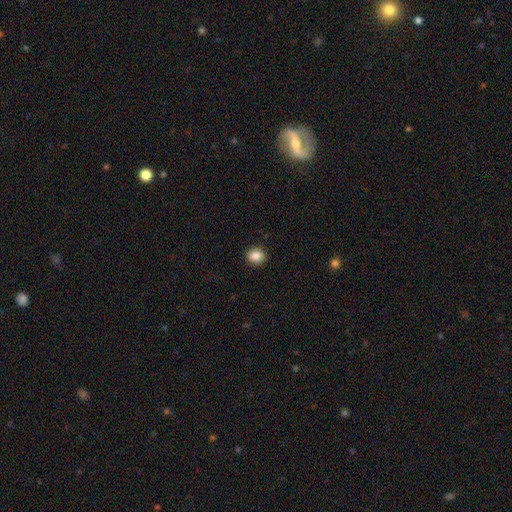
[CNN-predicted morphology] smooth-or-featured: smooth: 86% | star or artifact: 9% | featured or disk: 5%
  how-rounded: round: 84% | in between: 15% | cigar-shaped: 1%
  merging: none: 91% | minor disturbance: 6% | major disturbance: 2% | merger: 1%